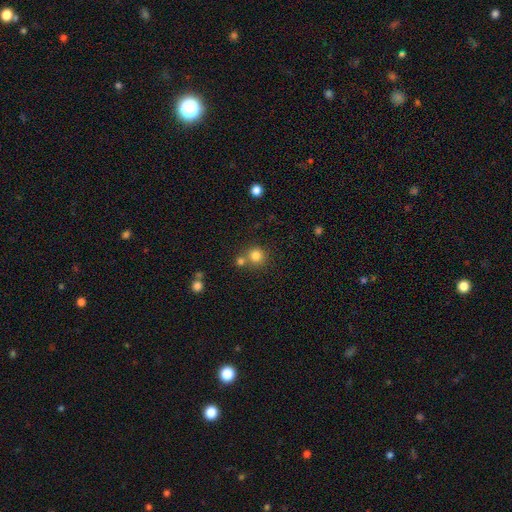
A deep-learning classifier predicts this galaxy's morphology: Smooth or featured? Predicted: smooth (p=0.80). How rounded? Predicted: round (p=0.91). Merging? Predicted: none (p=0.64).